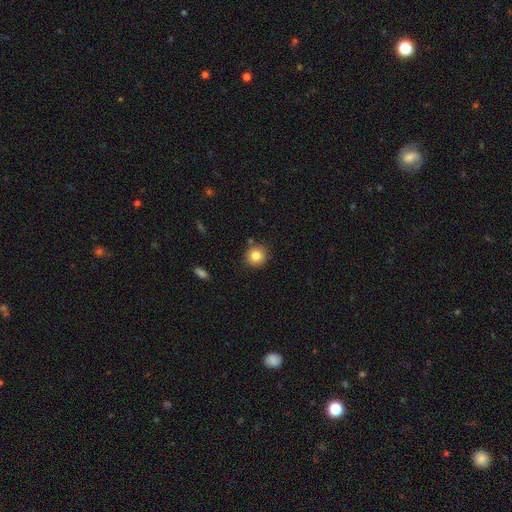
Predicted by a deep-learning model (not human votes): Smooth or featured?
  - smooth: 83% *
  - star or artifact: 10%
  - featured or disk: 7%
How rounded?
  - round: 90% *
  - in between: 9%
  - cigar-shaped: 1%
Merging?
  - none: 85% *
  - minor disturbance: 9%
  - merger: 4%
  - major disturbance: 2%